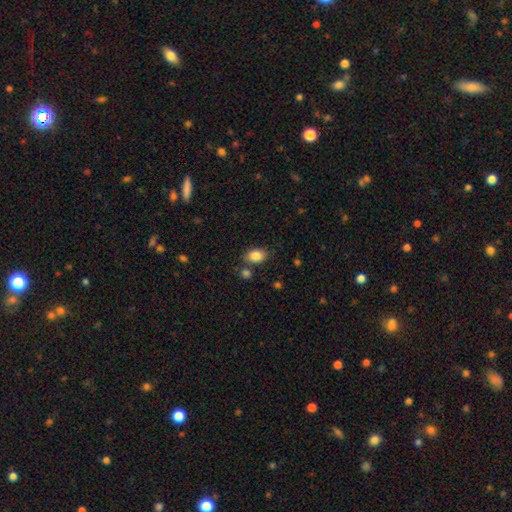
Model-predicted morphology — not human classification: type=smooth (86%); roundness=in between (77%); merging=none (76%).